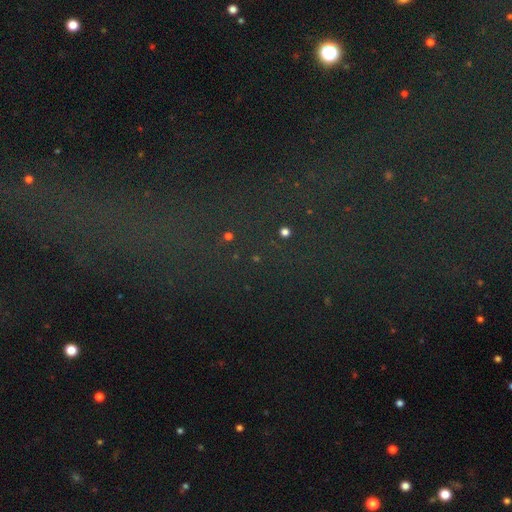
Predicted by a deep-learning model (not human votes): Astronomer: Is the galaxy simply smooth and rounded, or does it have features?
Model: star or artifact — 73%.